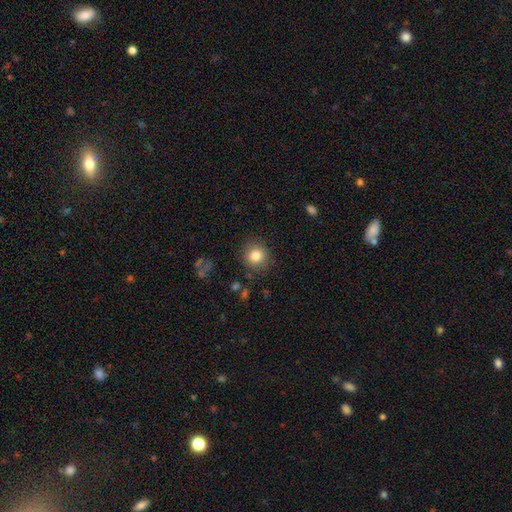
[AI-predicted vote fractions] Morphology: type=smooth (82%); roundness=round (89%); merging=none (87%).